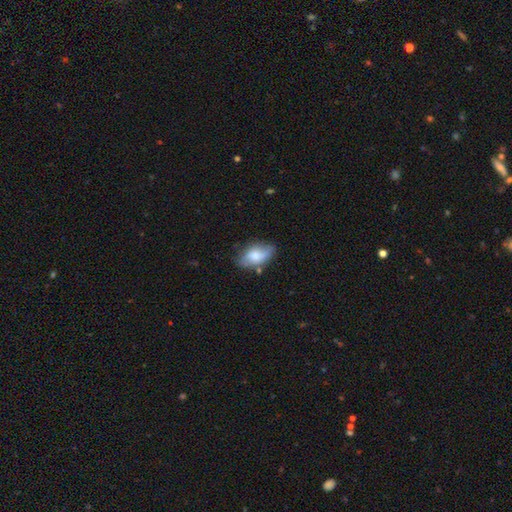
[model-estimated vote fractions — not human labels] Smooth or featured? Predicted: smooth (p=0.67). How rounded? Predicted: in between (p=0.91). Merging? Predicted: none (p=0.64).